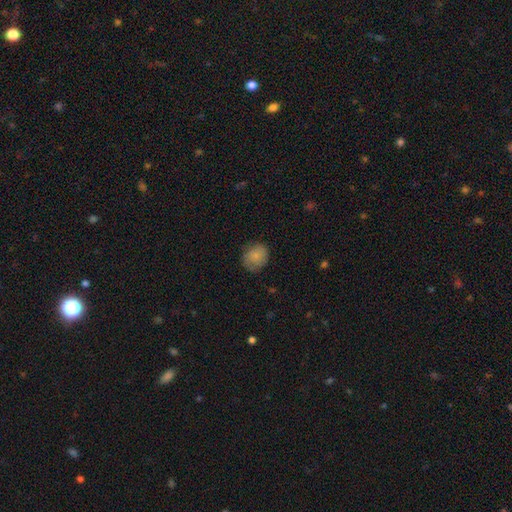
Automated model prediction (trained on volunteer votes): Smooth or featured?
  - smooth: 80% *
  - featured or disk: 13%
  - star or artifact: 8%
How rounded?
  - round: 71% *
  - in between: 28%
  - cigar-shaped: 1%
Merging?
  - none: 73% *
  - minor disturbance: 21%
  - major disturbance: 5%
  - merger: 1%